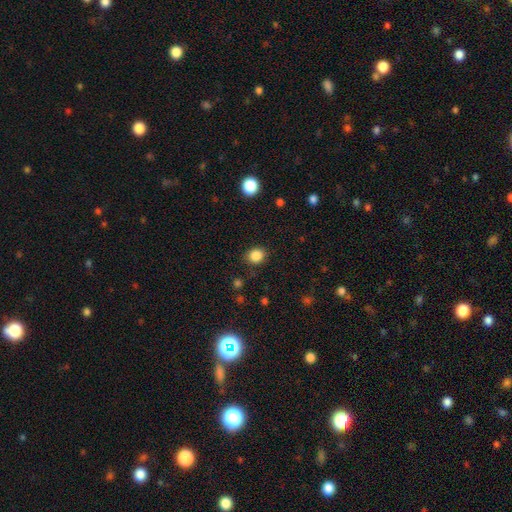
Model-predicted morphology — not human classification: A smooth galaxy with no disk features (86%) that is round (71%). Merging: none (85%).